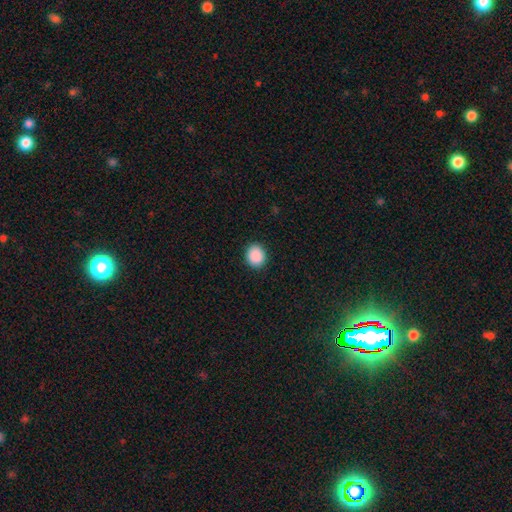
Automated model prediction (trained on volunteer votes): Q: Smooth or featured?
A: smooth (90%); runner-up: star or artifact (8%)
Q: How rounded?
A: round (71%); runner-up: in between (28%)
Q: Merging?
A: none (91%); runner-up: minor disturbance (6%)